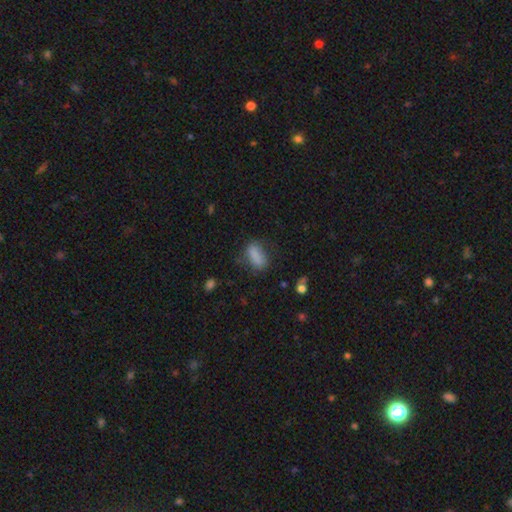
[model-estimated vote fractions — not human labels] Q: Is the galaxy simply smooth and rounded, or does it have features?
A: smooth — 82%.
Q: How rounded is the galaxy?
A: in between — 82%.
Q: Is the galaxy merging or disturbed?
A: none — 63%.